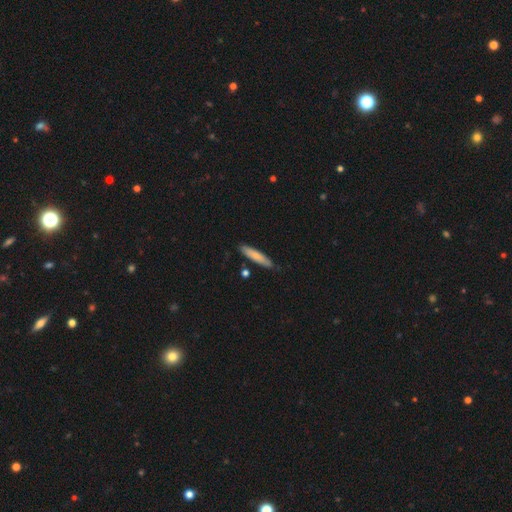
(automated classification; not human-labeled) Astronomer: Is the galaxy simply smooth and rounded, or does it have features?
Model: smooth — 76%.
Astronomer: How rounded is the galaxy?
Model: cigar-shaped — 86%.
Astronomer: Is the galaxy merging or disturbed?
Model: none — 83%.